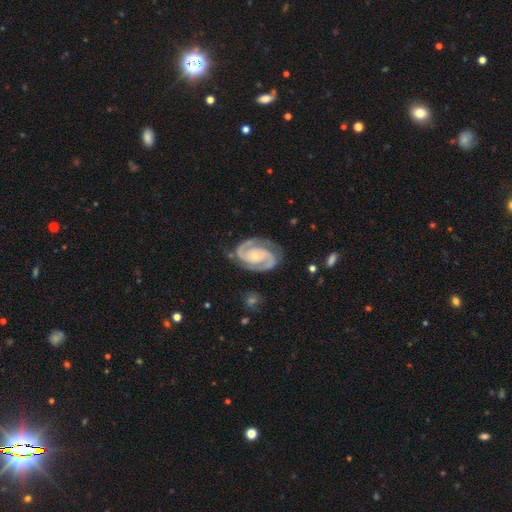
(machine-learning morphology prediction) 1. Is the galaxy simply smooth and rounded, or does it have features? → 93% featured or disk, 4% star or artifact, 3% smooth.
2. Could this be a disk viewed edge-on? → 98% no, 2% yes.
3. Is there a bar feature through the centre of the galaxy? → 59% no, 28% weak, 13% strong.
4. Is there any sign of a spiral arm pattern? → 99% yes, 1% no.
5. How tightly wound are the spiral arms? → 54% tight, 41% medium, 5% loose.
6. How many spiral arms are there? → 92% 2, 3% 3, 2% can't tell, 1% 1, 1% 4, 1% more than 4.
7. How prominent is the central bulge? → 66% small, 28% moderate, 3% none, 2% large, 1% dominant.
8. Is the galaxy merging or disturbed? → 81% none, 14% minor disturbance, 4% major disturbance, 2% merger.